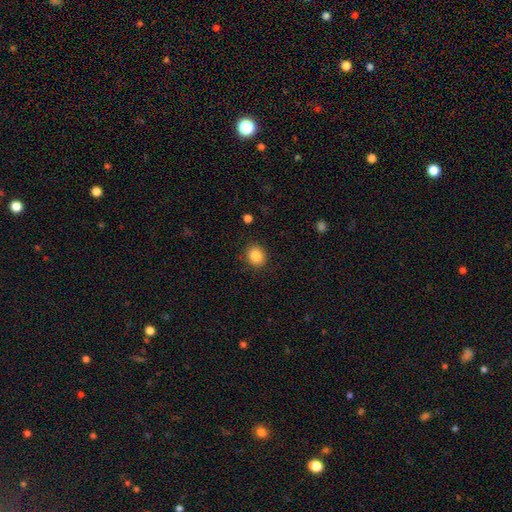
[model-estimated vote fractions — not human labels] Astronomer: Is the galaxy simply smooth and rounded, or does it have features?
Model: smooth — 86%.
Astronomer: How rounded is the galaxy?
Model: round — 74%.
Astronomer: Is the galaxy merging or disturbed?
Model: none — 88%.